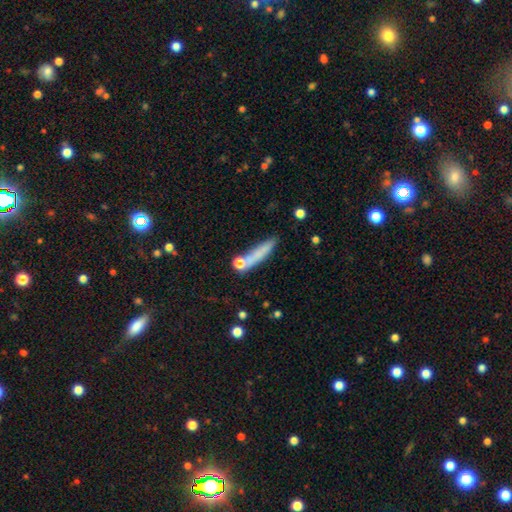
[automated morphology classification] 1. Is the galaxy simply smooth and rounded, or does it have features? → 69% smooth, 21% featured or disk, 10% star or artifact.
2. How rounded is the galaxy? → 84% cigar-shaped, 12% in between, 4% round.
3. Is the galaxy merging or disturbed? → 66% none, 17% minor disturbance, 11% merger, 6% major disturbance.